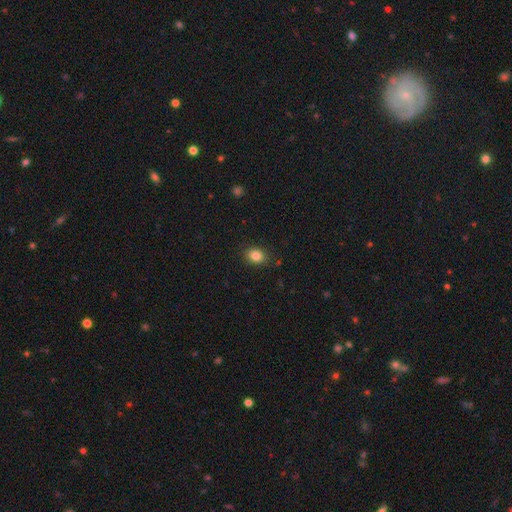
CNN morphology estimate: smooth 85%, star or artifact 10%, featured or disk 5%. Down the decision tree: how rounded — in between (58%); merging — none (87%).